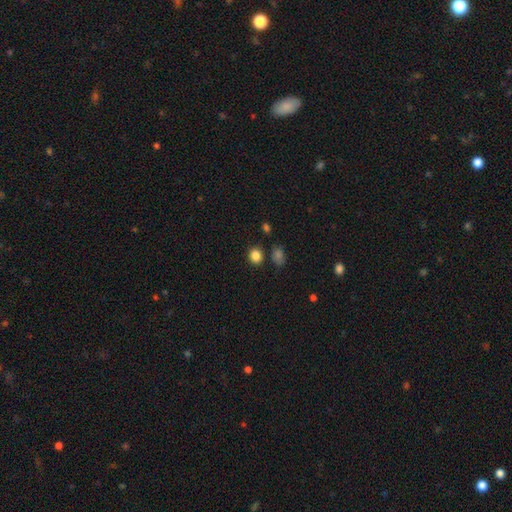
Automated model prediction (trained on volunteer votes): Q: Smooth or featured?
A: smooth (85%); runner-up: star or artifact (11%)
Q: How rounded?
A: round (76%); runner-up: in between (23%)
Q: Merging?
A: none (81%); runner-up: minor disturbance (10%)